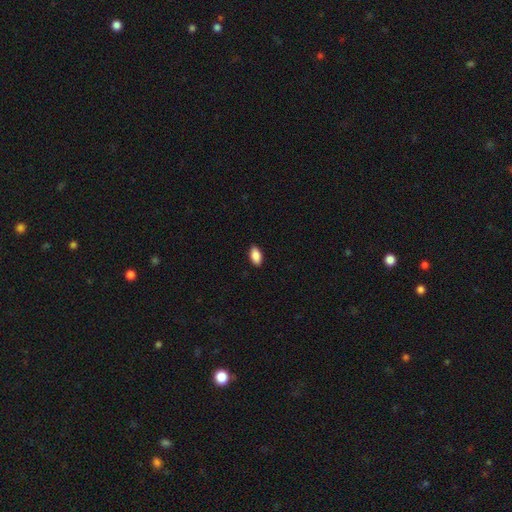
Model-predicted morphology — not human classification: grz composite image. It shows a smooth galaxy with no disk features (89%) that is in between round and cigar-shaped (93%). Merging: none (89%).